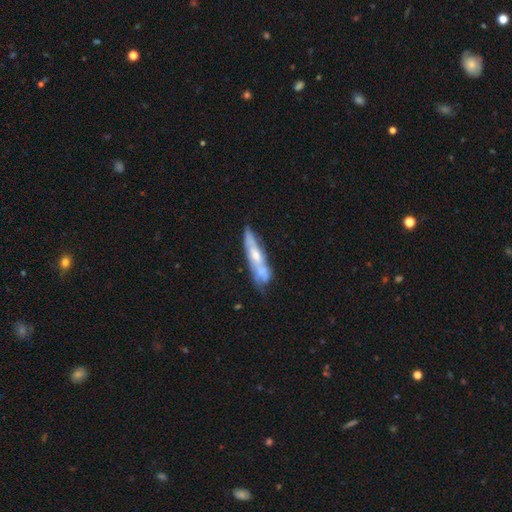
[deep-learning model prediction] A featured or disk galaxy (58%). Merging: none (42%).